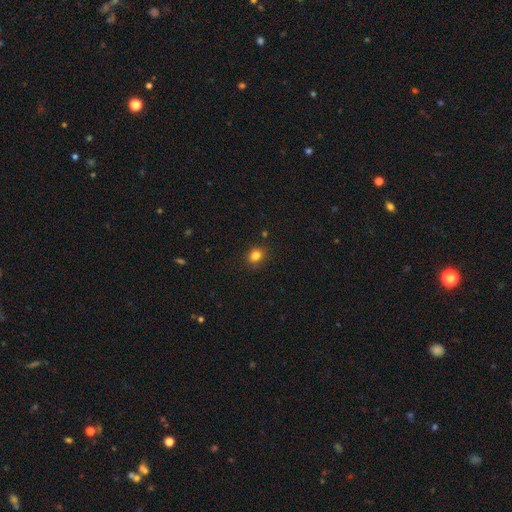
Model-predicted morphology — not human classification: Smooth or featured: smooth — 83% (star or artifact — 12%)
How rounded: round — 60% (in between — 39%)
Merging: none — 85% (minor disturbance — 11%)